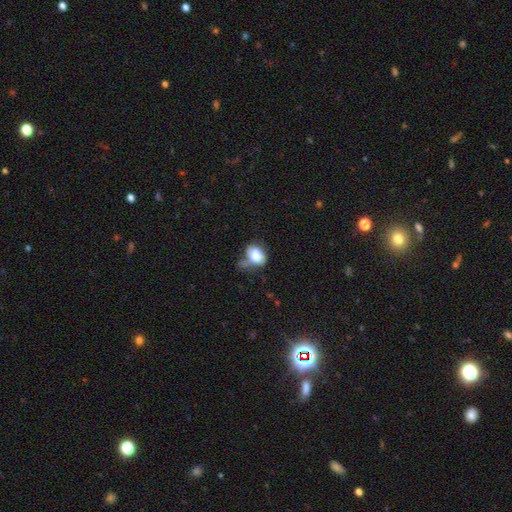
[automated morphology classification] smooth 71%, featured or disk 19%, star or artifact 10%. Down the decision tree: how rounded — in between (69%); merging — minor disturbance (29%).